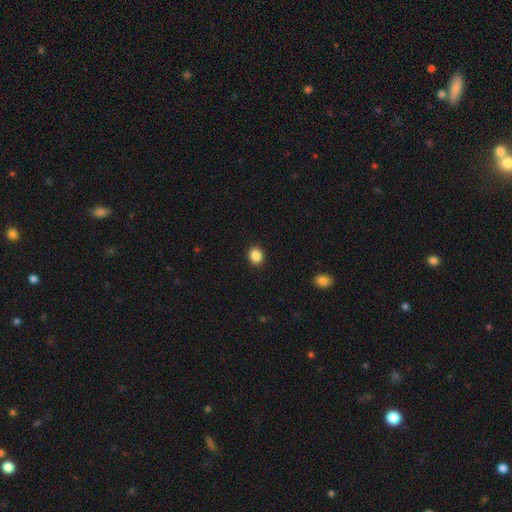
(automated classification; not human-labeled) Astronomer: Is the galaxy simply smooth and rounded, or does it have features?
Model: smooth — 87%.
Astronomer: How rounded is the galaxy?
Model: round — 70%.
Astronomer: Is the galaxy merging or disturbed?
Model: none — 91%.